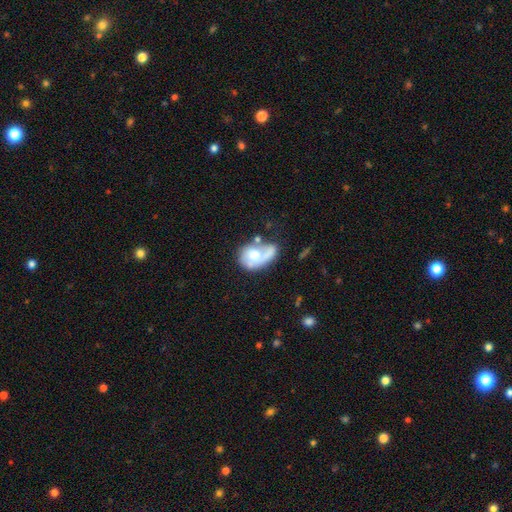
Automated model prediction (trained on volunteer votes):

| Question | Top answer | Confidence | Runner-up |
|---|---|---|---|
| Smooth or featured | featured or disk | 49% | smooth (44%) |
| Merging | none | 29% | major disturbance (27%) |